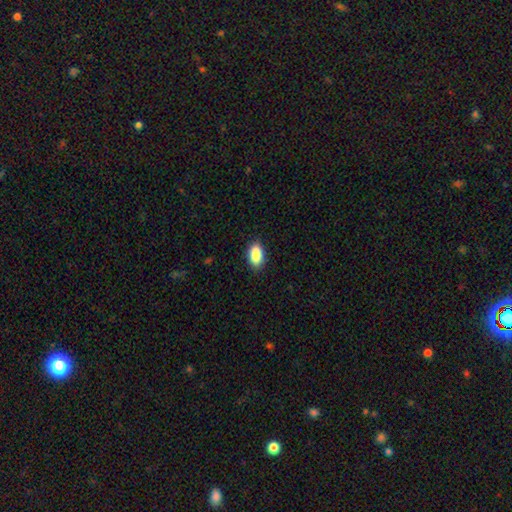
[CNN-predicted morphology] A smooth galaxy with no disk features (88%) that is in between round and cigar-shaped (92%).

Vote fractions:
- Smooth or featured? smooth: 88% / star or artifact: 7% / featured or disk: 4%
- How rounded? in between: 92% / round: 5% / cigar-shaped: 3%
- Merging? none: 87% / minor disturbance: 10% / major disturbance: 2% / merger: 1%